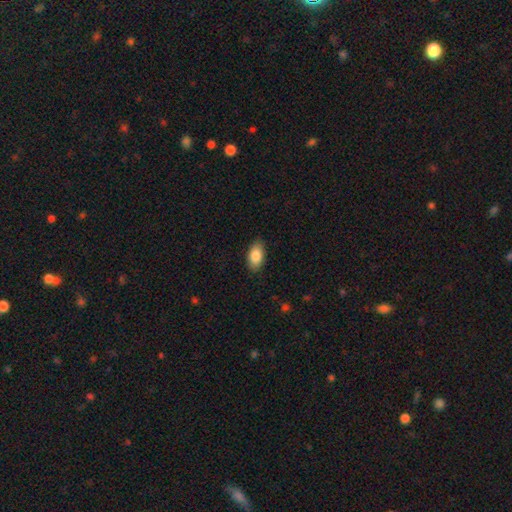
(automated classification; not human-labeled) This is clearly a smooth galaxy (85%). How rounded: clearly in between (93%). Merging: clearly none (86%).